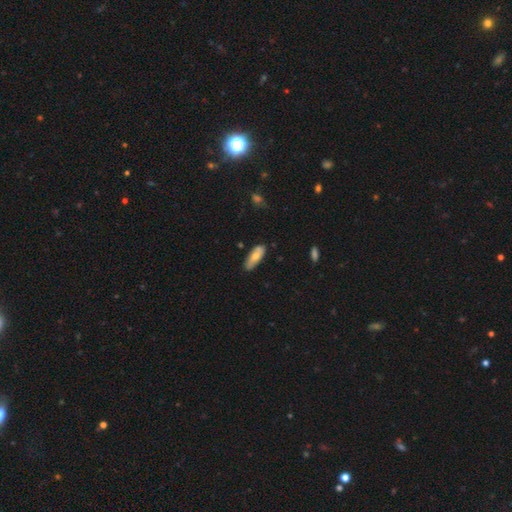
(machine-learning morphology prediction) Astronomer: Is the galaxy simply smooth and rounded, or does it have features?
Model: smooth — 63%.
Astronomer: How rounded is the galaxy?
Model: in between — 68%.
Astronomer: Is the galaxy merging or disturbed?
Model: none — 76%.